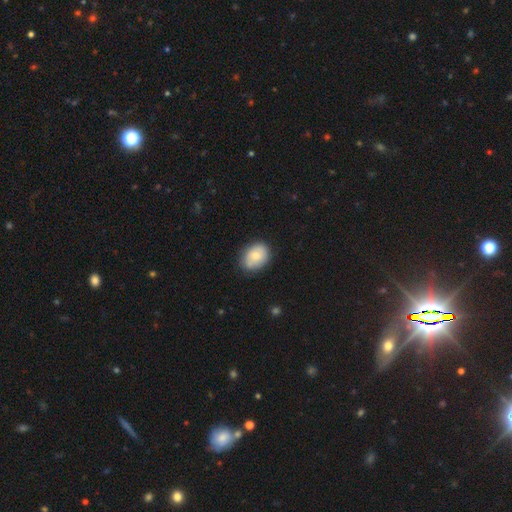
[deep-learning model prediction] The model was most divided on "how rounded": in between: 62%, round: 37%, cigar-shaped: 1%. More confident: merging — none (76%); smooth or featured — smooth (74%).